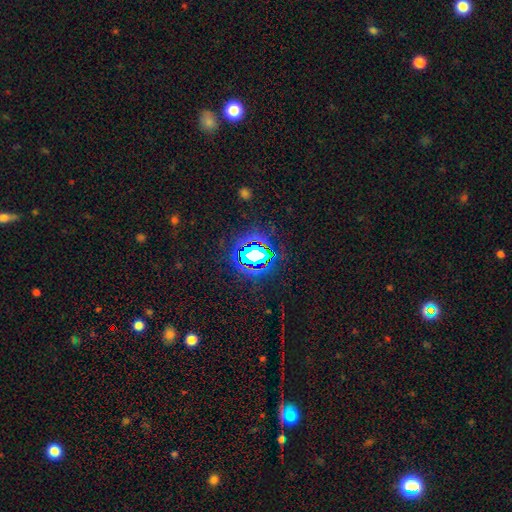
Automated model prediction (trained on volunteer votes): Smooth or featured? Predicted: star or artifact (p=0.74).